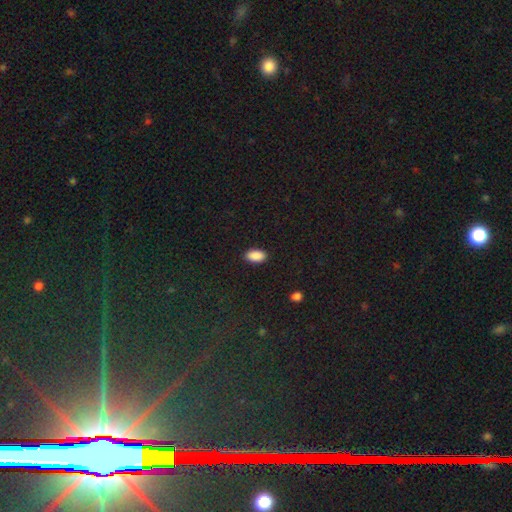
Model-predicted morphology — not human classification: type=smooth (90%); roundness=in between (94%); merging=none (90%).